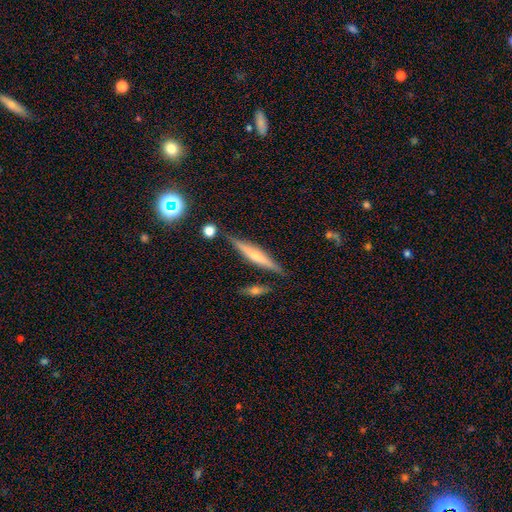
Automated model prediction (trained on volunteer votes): A featured or disk galaxy (55%) viewed edge-on (96%) with a rounded central bulge (52%).

Vote fractions:
- Smooth or featured? featured or disk: 55% / smooth: 38% / star or artifact: 7%
- Edge-on disk? yes: 96% / no: 4%
- Edge-on bulge? rounded: 52% / none: 33% / boxy: 14%
- Merging? none: 82% / minor disturbance: 12% / merger: 4% / major disturbance: 3%